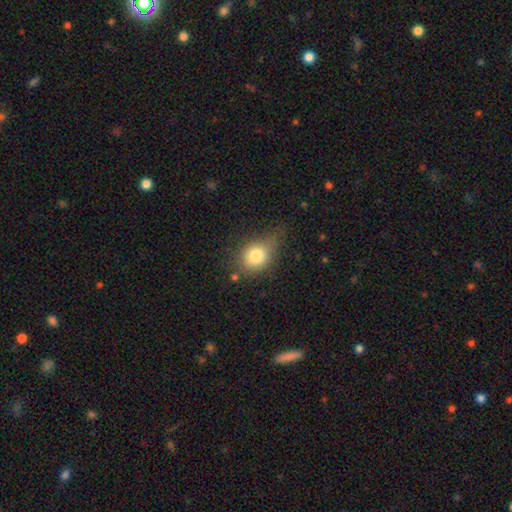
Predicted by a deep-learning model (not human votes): Overall: smooth (78%). How rounded: in between (50%; round 48%). Merging: none (50%; minor disturbance 33%).